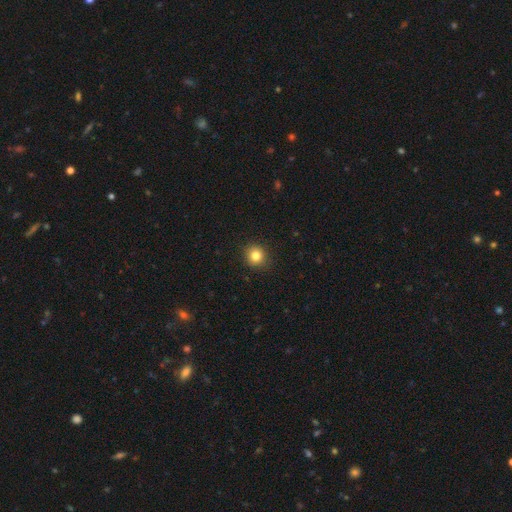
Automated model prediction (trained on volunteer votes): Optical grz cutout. It shows a smooth galaxy with no disk features (82%) that is round (91%). Merging: none (91%).